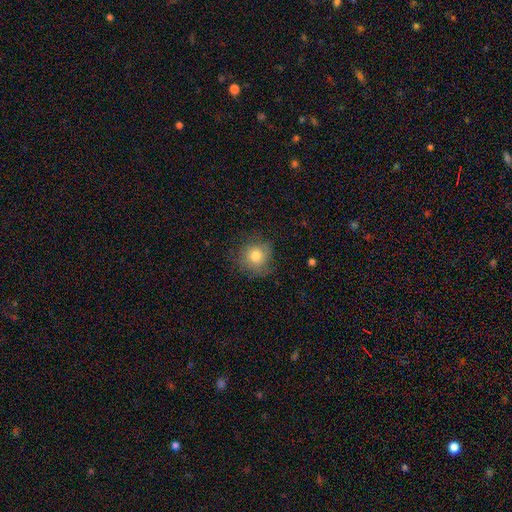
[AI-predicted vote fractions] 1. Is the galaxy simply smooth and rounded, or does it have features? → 77% smooth, 13% featured or disk, 10% star or artifact.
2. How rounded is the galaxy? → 88% round, 11% in between, 1% cigar-shaped.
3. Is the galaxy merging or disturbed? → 73% none, 19% minor disturbance, 7% major disturbance, 1% merger.